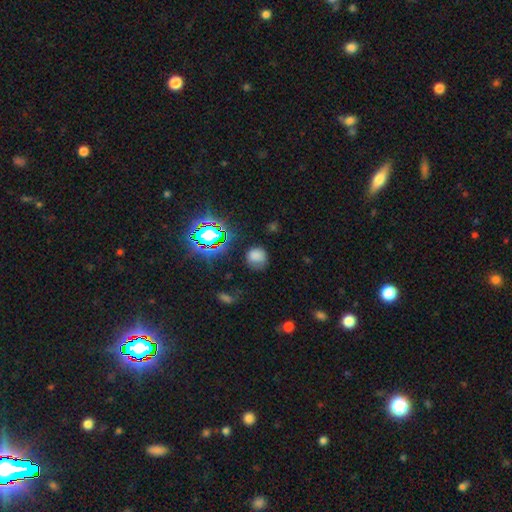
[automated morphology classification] Smooth or featured?
  - smooth: 71% *
  - star or artifact: 21%
  - featured or disk: 8%
How rounded?
  - round: 83% *
  - in between: 16%
  - cigar-shaped: 1%
Merging?
  - none: 70% *
  - minor disturbance: 19%
  - major disturbance: 8%
  - merger: 3%